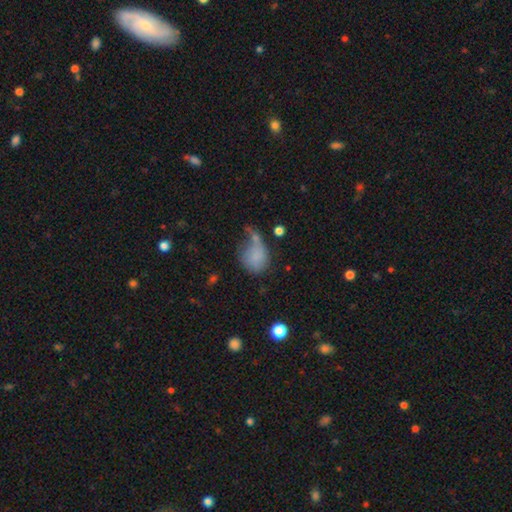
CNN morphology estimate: This is likely a smooth galaxy (75%). How rounded: possibly in between (50%). Merging: marginally none (32%).